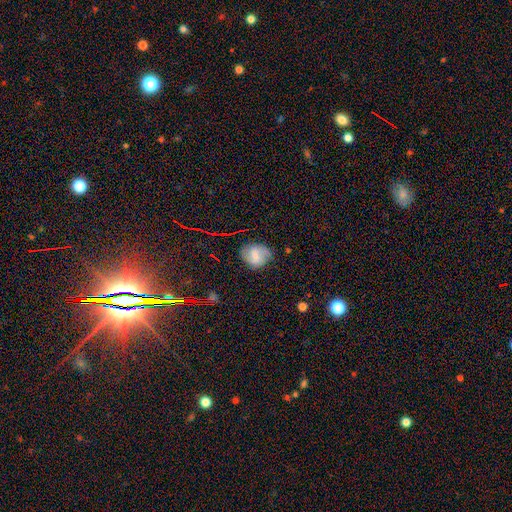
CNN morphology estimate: A smooth galaxy with no disk features (48%). Merging: none (73%).